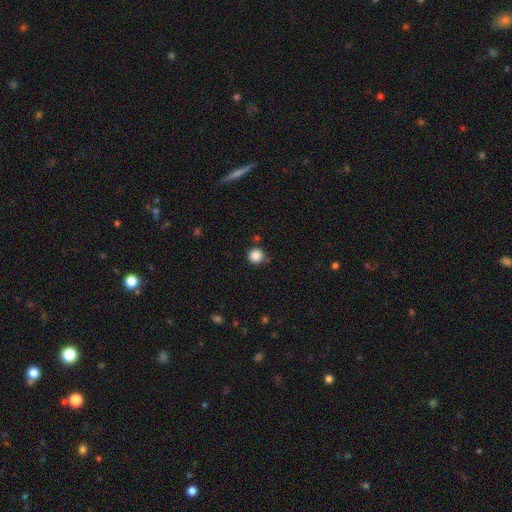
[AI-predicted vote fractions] smooth_or_featured: smooth (p=0.86) [alt: star or artifact p=0.11]
how_rounded: round (p=0.94) [alt: in between p=0.05]
merging: none (p=0.82) [alt: minor disturbance p=0.11]